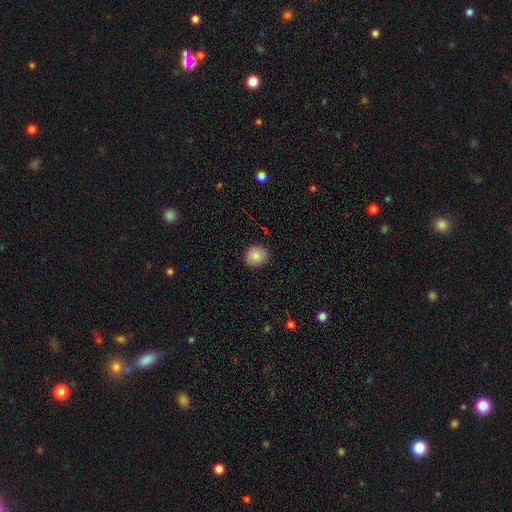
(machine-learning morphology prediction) The model was most divided on "how rounded": round: 79%, in between: 20%, cigar-shaped: 1%. More confident: merging — none (89%); smooth or featured — smooth (85%).